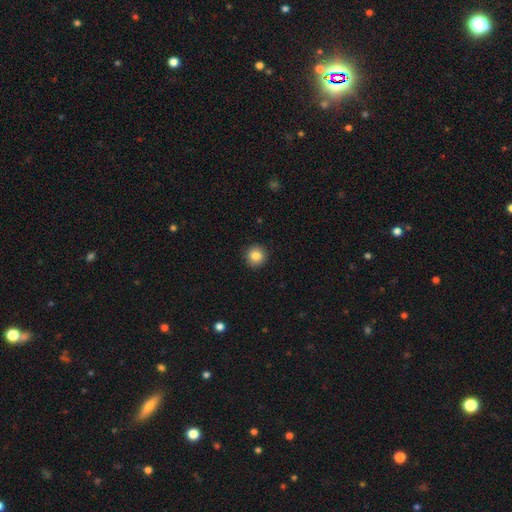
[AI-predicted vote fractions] Smooth or featured? smooth (85%)
How rounded? round (93%)
Merging? none (92%)